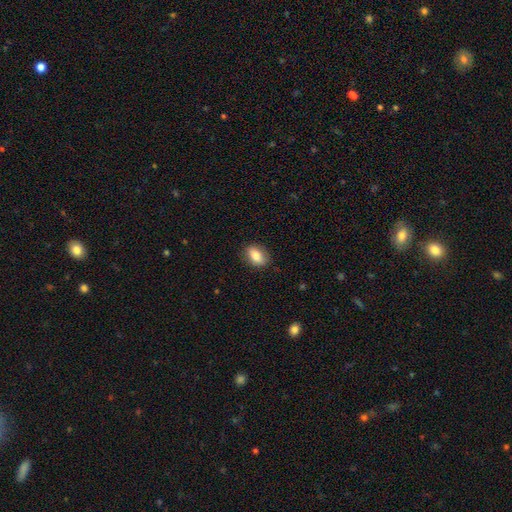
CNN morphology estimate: This is clearly a smooth galaxy (82%). How rounded: clearly in between (84%). Merging: clearly none (84%).